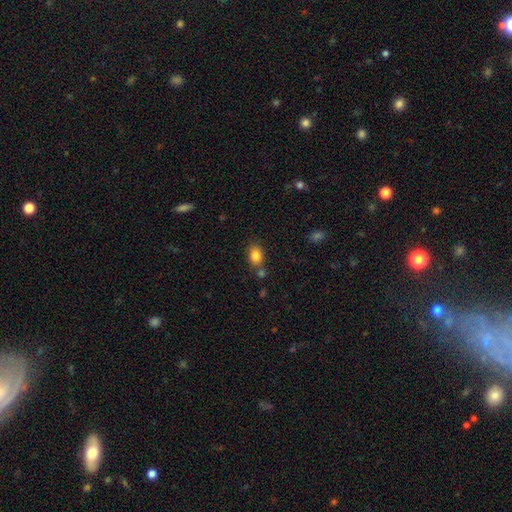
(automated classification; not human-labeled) A smooth galaxy with no disk features (84%) that is in between round and cigar-shaped (69%). Merging: none (69%).